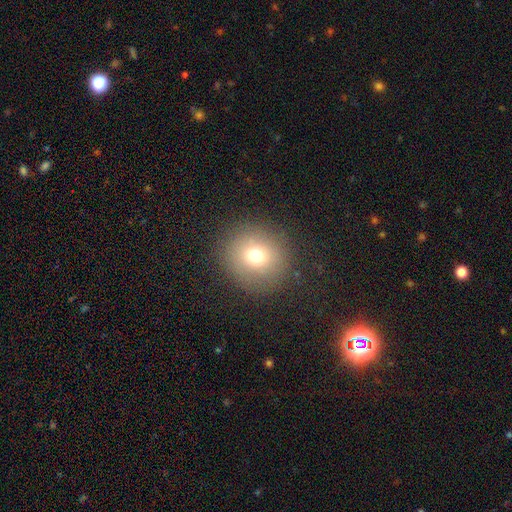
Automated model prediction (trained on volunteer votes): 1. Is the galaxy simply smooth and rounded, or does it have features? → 71% smooth, 16% star or artifact, 13% featured or disk.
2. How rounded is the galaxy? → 90% round, 9% in between, 1% cigar-shaped.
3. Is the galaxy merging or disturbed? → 86% none, 8% minor disturbance, 5% major disturbance, 1% merger.